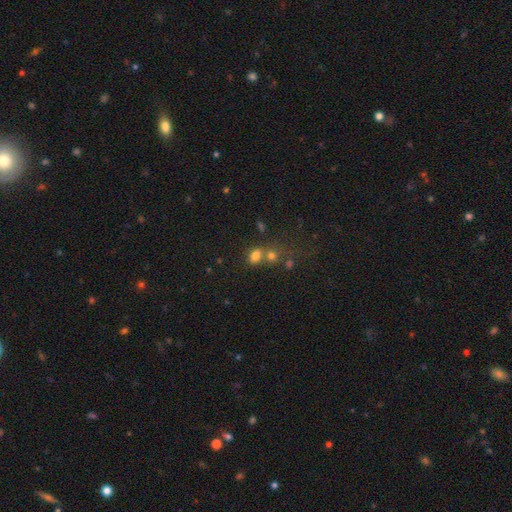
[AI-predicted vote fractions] The model was most divided on "merging": none: 44%, merger: 41%, minor disturbance: 10%, major disturbance: 4%. More confident: smooth or featured — smooth (75%); how rounded — in between (67%).